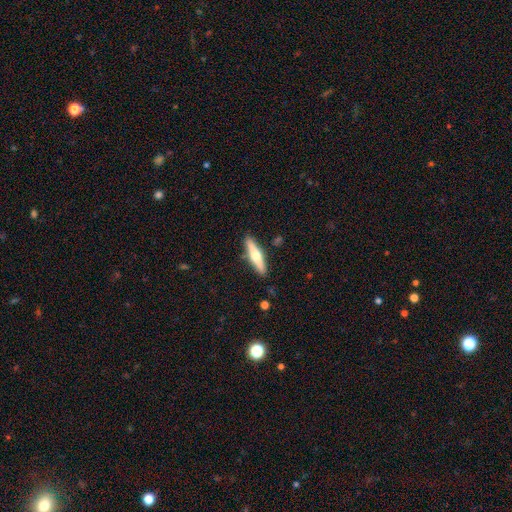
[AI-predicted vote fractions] Smooth or featured? featured or disk (48%)
Merging? none (87%)